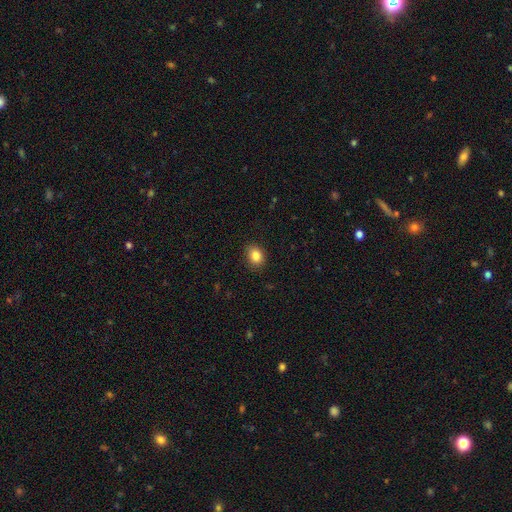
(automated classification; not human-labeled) smooth 85%, star or artifact 9%, featured or disk 6%. Down the decision tree: how rounded — in between (57%); merging — none (87%).